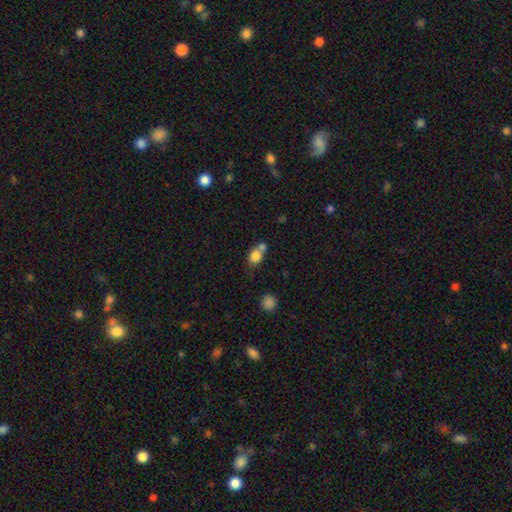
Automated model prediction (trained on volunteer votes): Morphology: type=smooth (80%); roundness=round (51%); merging=merger (49%).